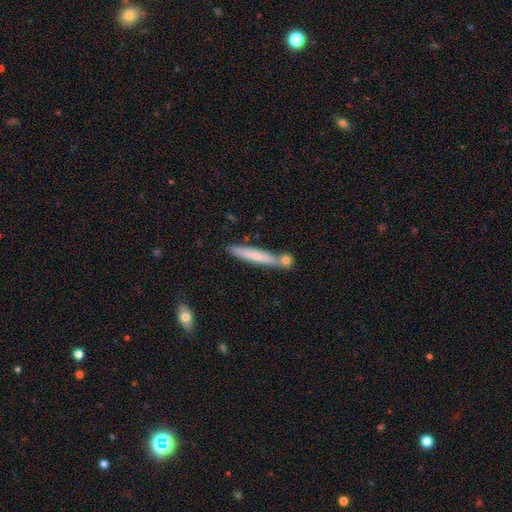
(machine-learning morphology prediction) This appears to be a smooth galaxy with no disk features (62%) that is cigar-shaped (94%). Merging: none (67%).